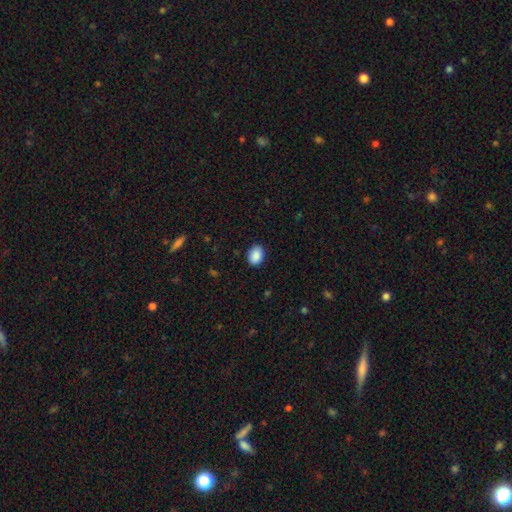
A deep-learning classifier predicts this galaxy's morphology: smooth_or_featured: smooth (p=0.90) [alt: star or artifact p=0.07]
how_rounded: in between (p=0.74) [alt: round p=0.25]
merging: none (p=0.87) [alt: minor disturbance p=0.09]